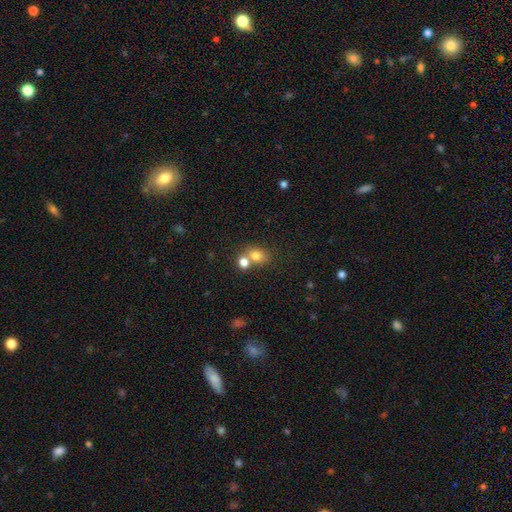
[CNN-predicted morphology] smooth 77%, star or artifact 13%, featured or disk 10%. Down the decision tree: how rounded — round (55%); merging — none (47%).